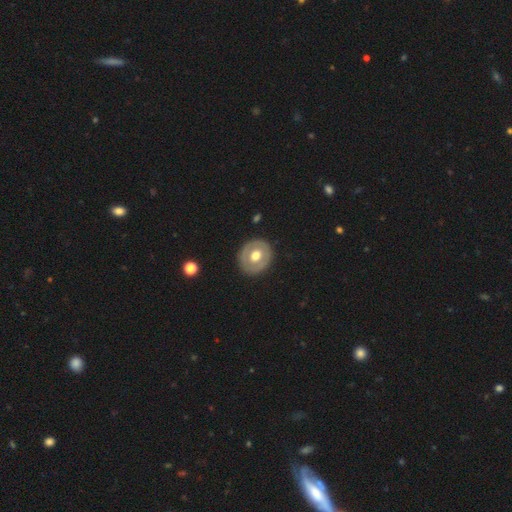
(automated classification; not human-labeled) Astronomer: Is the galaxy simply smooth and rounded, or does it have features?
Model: featured or disk — 48% (runner-up: smooth, 47%).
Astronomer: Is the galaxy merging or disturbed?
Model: none — 86%.